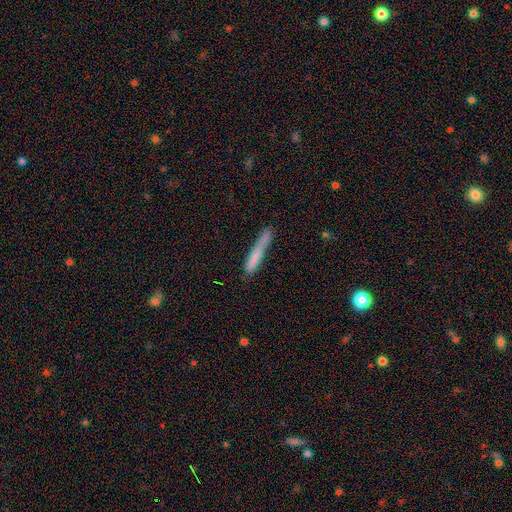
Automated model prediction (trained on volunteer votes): Smooth or featured? Predicted: smooth (p=0.71). How rounded? Predicted: cigar-shaped (p=0.95). Merging? Predicted: none (p=0.67).